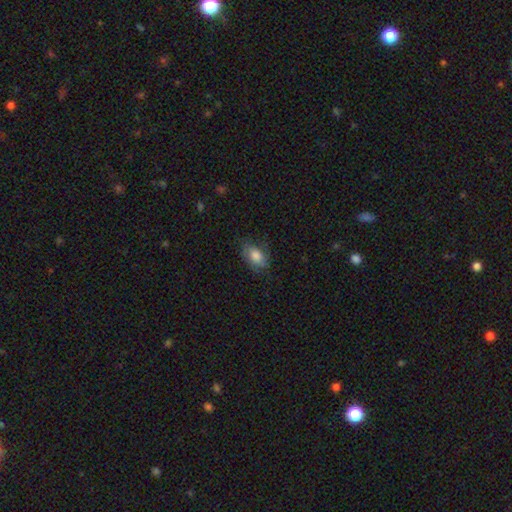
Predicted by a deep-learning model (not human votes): This is likely a smooth galaxy (77%). How rounded: clearly in between (87%). Merging: likely none (68%).